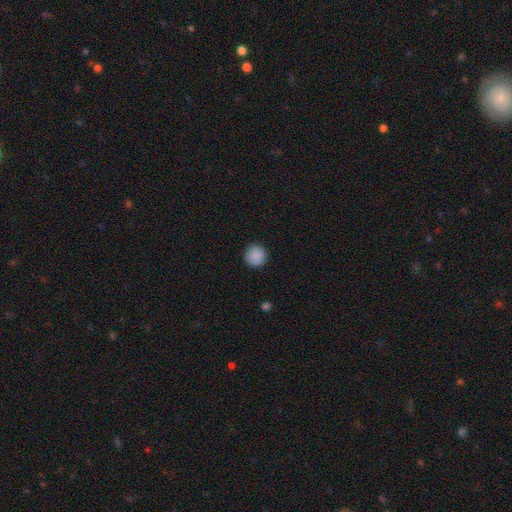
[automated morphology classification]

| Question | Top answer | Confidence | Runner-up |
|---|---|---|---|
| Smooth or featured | smooth | 89% | star or artifact (8%) |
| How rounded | round | 95% | in between (4%) |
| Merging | none | 91% | minor disturbance (6%) |